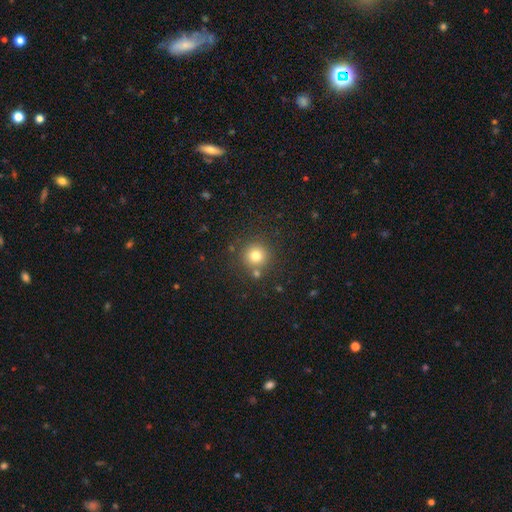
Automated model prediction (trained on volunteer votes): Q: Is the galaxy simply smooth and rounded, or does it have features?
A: smooth — 79%.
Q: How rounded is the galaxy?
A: round — 94%.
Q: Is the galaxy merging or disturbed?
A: none — 82%.